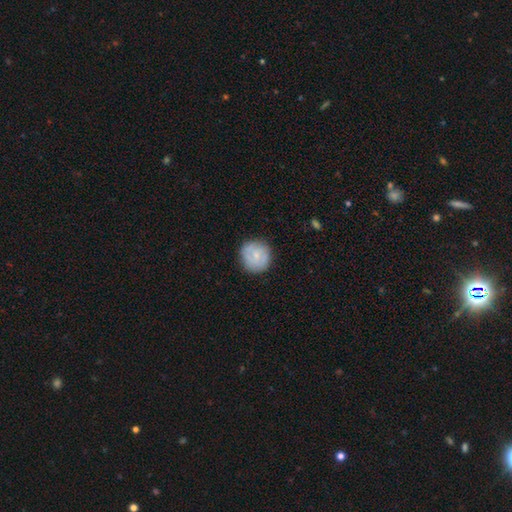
Smooth or featured? smooth (63%)
How rounded? round (92%)
Merging? none (81%)